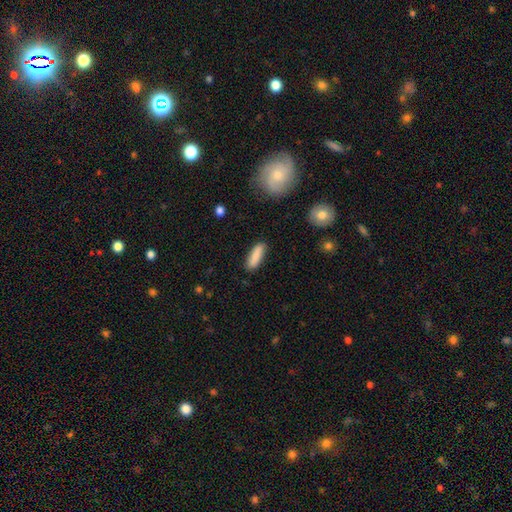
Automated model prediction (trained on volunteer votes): Smooth or featured?
  - smooth: 86% *
  - featured or disk: 7%
  - star or artifact: 6%
How rounded?
  - cigar-shaped: 50% *
  - in between: 48%
  - round: 2%
Merging?
  - none: 86% *
  - minor disturbance: 10%
  - major disturbance: 2%
  - merger: 2%